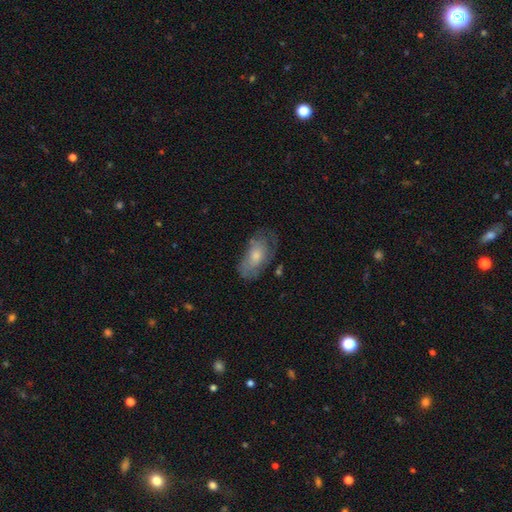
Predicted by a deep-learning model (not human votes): Smooth or featured? smooth (58%)
How rounded? in between (91%)
Merging? none (53%)